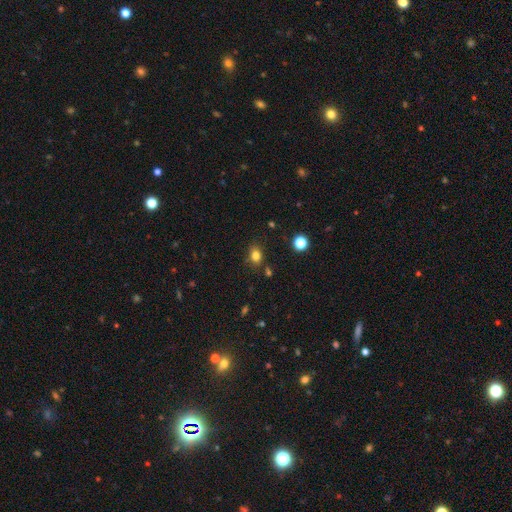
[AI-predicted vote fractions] Morphology: type=smooth (79%); roundness=in between (54%); merging=none (79%).